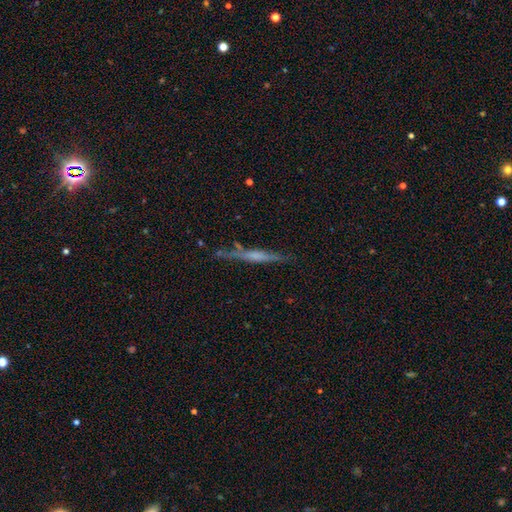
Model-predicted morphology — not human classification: Q: Smooth or featured?
A: featured or disk (65%); runner-up: smooth (28%)
Q: Edge-on disk?
A: yes (96%); runner-up: no (4%)
Q: Edge-on bulge?
A: rounded (44%); runner-up: none (37%)
Q: Merging?
A: none (81%); runner-up: minor disturbance (13%)